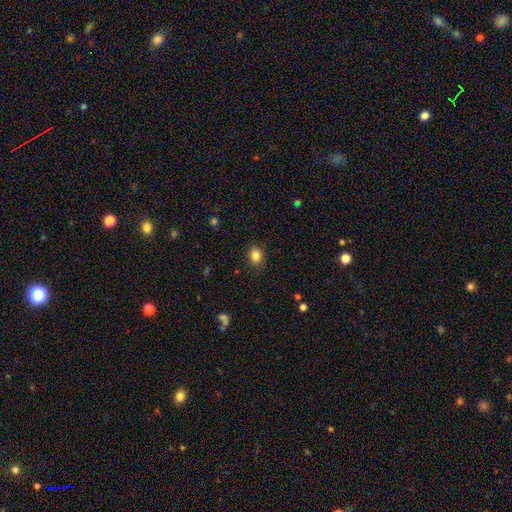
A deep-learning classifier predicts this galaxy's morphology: smooth-or-featured: smooth: 84% | star or artifact: 11% | featured or disk: 5%
  how-rounded: round: 61% | in between: 38% | cigar-shaped: 1%
  merging: none: 88% | minor disturbance: 9% | major disturbance: 2% | merger: 1%